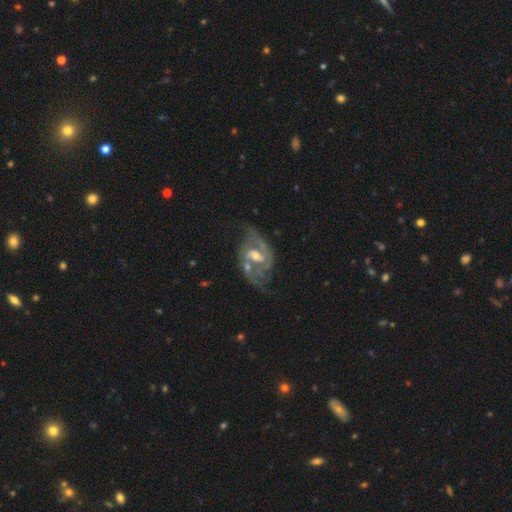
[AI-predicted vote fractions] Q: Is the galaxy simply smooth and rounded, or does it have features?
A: featured or disk — 88%.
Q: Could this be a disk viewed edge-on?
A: no — 97%.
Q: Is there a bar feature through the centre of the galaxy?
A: weak — 52%.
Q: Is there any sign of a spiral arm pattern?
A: yes — 94%.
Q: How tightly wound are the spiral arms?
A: medium — 53%.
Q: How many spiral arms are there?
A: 2 — 81%.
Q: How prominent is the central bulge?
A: moderate — 60%.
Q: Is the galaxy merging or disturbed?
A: none — 53%.